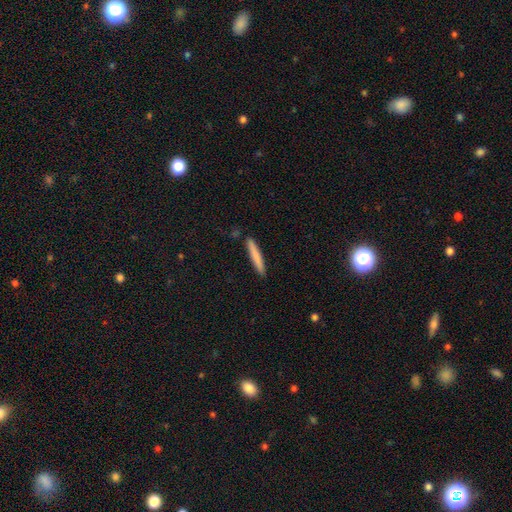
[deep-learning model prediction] smooth 78%, featured or disk 17%, star or artifact 5%. Down the decision tree: how rounded — cigar-shaped (95%); merging — none (90%).